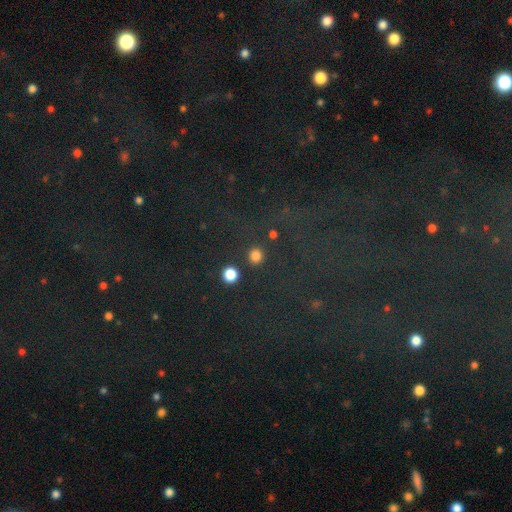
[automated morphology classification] smooth-or-featured: smooth: 81% | star or artifact: 15% | featured or disk: 4%
  how-rounded: round: 90% | in between: 9% | cigar-shaped: 1%
  merging: none: 85% | merger: 6% | minor disturbance: 6% | major disturbance: 3%